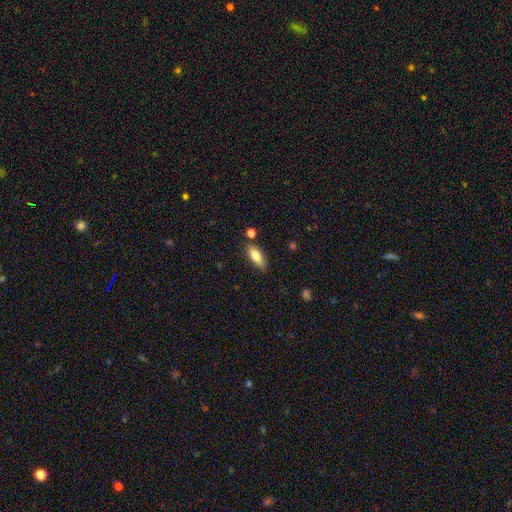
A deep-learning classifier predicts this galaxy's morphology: smooth-or-featured: smooth: 78% | featured or disk: 15% | star or artifact: 7%
  how-rounded: in between: 73% | cigar-shaped: 24% | round: 2%
  merging: none: 76% | minor disturbance: 16% | merger: 5% | major disturbance: 3%